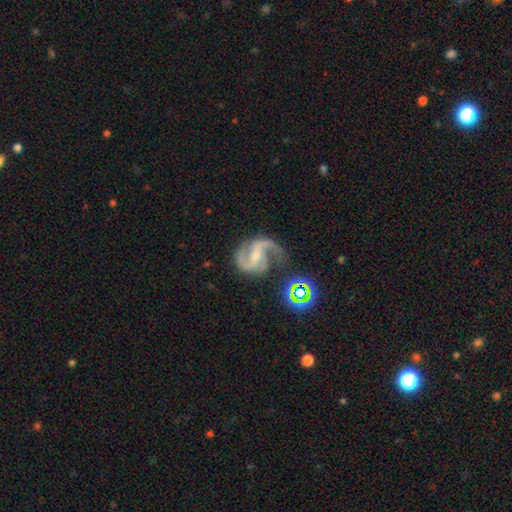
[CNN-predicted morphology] A featured or disk galaxy (90%) with a weak bar (43%), 2 (83%) medium (55%) spiral arms (98%) and a small central bulge (60%). Merging: none (55%).